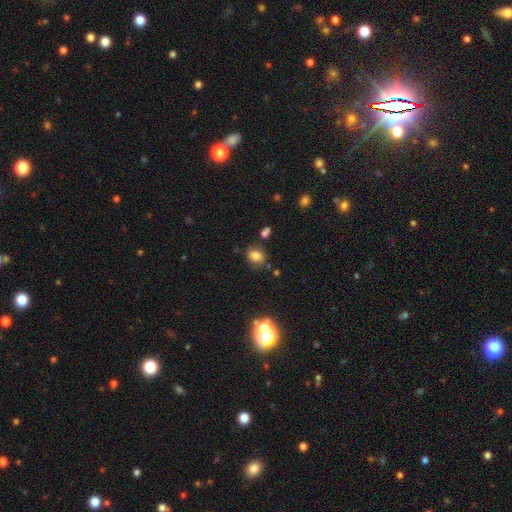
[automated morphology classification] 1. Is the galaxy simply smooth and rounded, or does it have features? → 77% smooth, 15% star or artifact, 8% featured or disk.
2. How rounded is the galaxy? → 55% in between, 44% round, 1% cigar-shaped.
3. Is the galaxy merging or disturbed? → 76% none, 14% minor disturbance, 7% merger, 4% major disturbance.